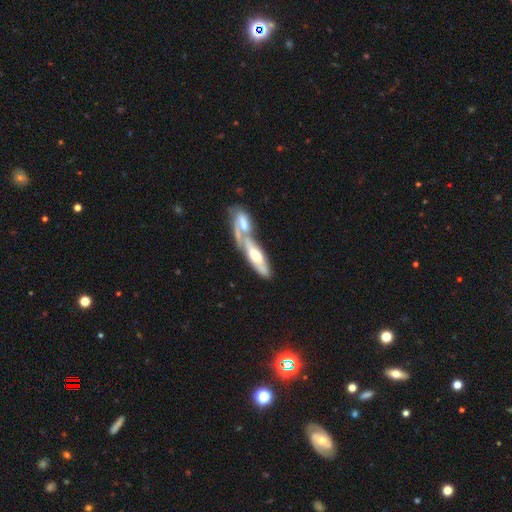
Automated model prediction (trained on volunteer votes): The model was most divided on "smooth or featured": featured or disk: 54%, smooth: 41%, star or artifact: 5%. More confident: merging — merger (65%); edge-on disk — no (61%).